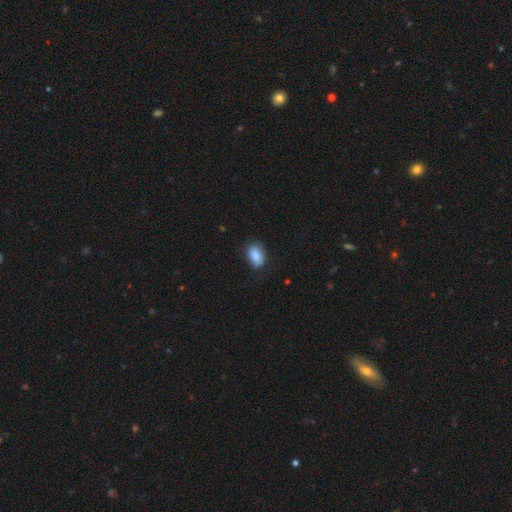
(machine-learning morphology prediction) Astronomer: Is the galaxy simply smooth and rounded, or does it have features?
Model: smooth — 88%.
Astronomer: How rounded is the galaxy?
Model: in between — 88%.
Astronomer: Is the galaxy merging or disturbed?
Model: none — 77%.